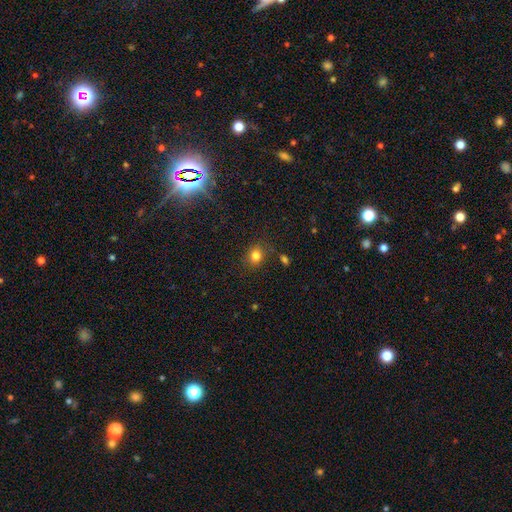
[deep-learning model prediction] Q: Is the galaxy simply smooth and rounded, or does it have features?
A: smooth — 81%.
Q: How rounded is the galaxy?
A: round — 70%.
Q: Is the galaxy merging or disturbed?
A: none — 82%.